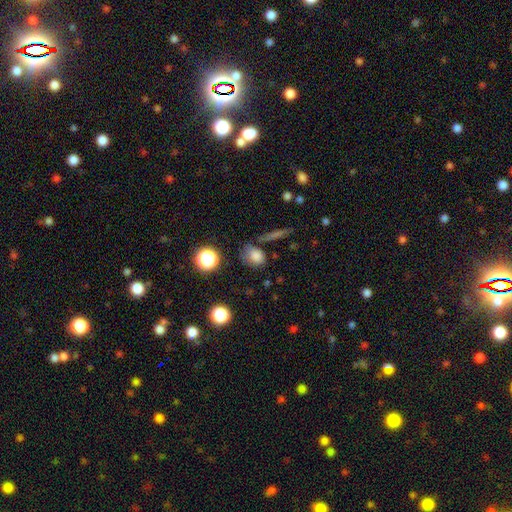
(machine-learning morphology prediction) This is likely a smooth galaxy (77%). How rounded: possibly in between (49%). Merging: likely none (64%).